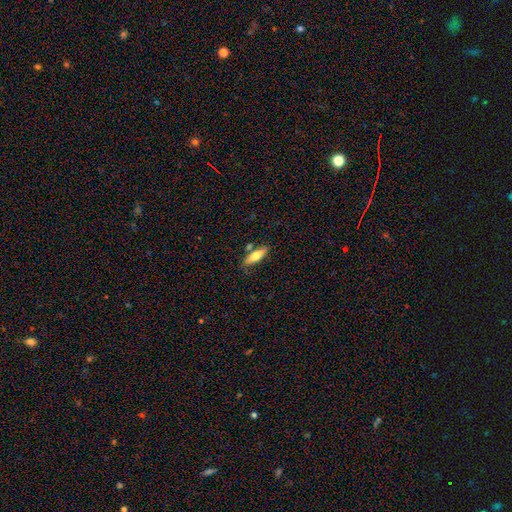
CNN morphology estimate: smooth_or_featured: smooth (p=0.64) [alt: featured or disk p=0.30]
how_rounded: cigar-shaped (p=0.51) [alt: in between p=0.46]
merging: none (p=0.76) [alt: minor disturbance p=0.13]